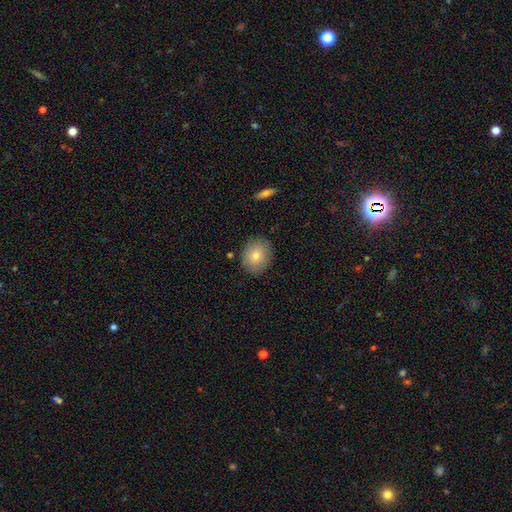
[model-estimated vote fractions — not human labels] Smooth or featured? smooth (75%)
How rounded? round (66%)
Merging? none (86%)